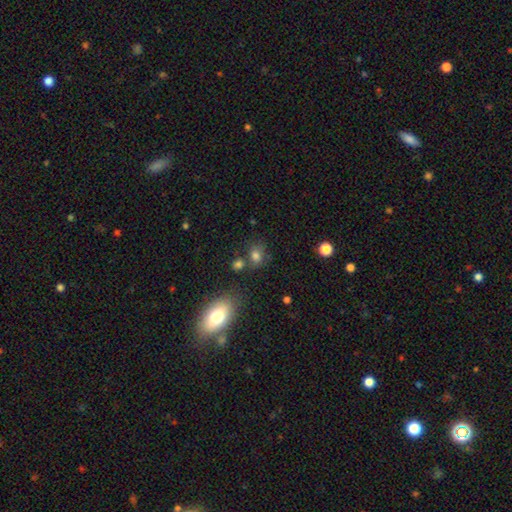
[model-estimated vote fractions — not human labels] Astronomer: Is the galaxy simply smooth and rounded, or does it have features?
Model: smooth — 76%.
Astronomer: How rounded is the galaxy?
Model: round — 53% (runner-up: in between, 46%).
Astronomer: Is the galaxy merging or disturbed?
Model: none — 61%.